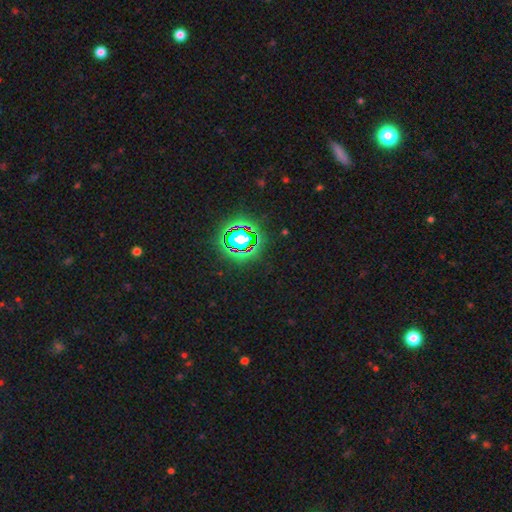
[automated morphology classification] smooth-or-featured: star or artifact: 81% | smooth: 12% | featured or disk: 7%